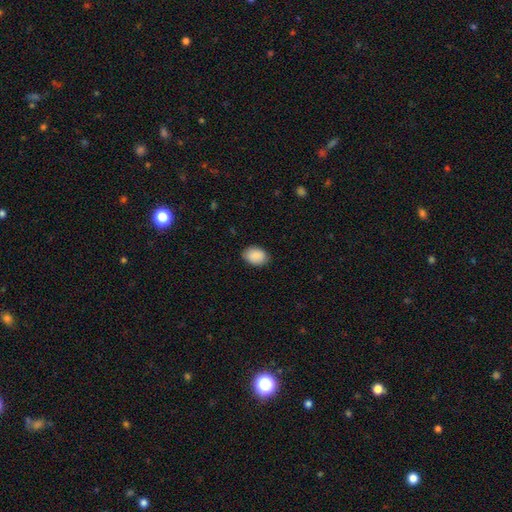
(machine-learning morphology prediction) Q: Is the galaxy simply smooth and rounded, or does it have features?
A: smooth — 90%.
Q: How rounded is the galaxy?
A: in between — 81%.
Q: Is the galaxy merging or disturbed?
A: none — 86%.